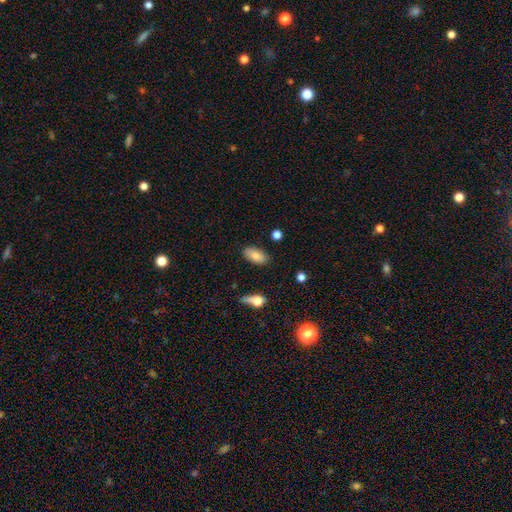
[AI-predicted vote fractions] Smooth or featured? Predicted: smooth (p=0.83). How rounded? Predicted: in between (p=0.93). Merging? Predicted: none (p=0.85).